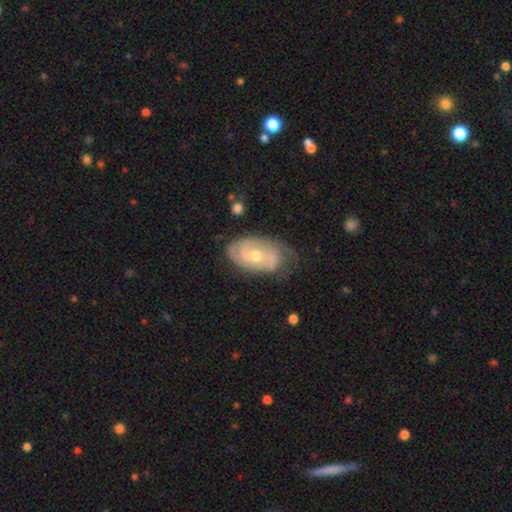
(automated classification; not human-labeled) featured or disk 76%, smooth 18%, star or artifact 6%. Down the decision tree: edge-on disk — no (95%); bar — no (61%); spiral arms — yes (90%); spiral arm count — 2 (45%); spiral winding — tight (56%); bulge size — moderate (55%); merging — none (64%).